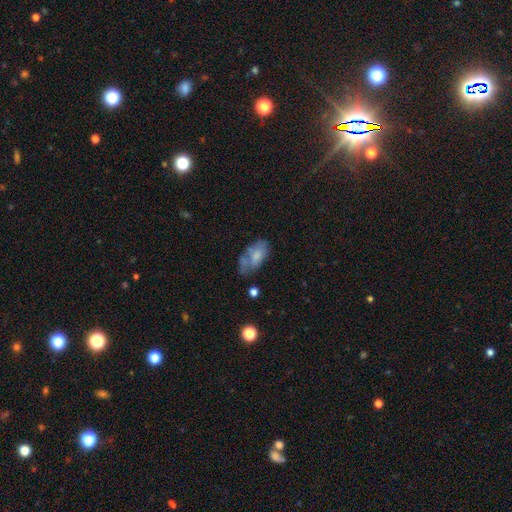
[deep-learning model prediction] smooth_or_featured: smooth (p=0.64) [alt: featured or disk p=0.28]
how_rounded: in between (p=0.91) [alt: cigar-shaped p=0.05]
merging: none (p=0.39) [alt: minor disturbance p=0.30]